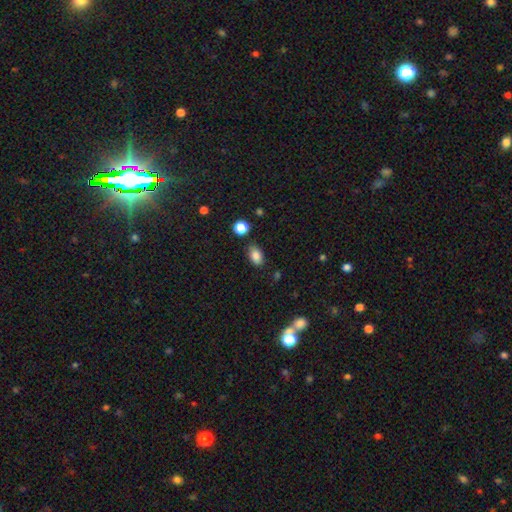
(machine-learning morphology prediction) Q: Smooth or featured?
A: smooth (85%); runner-up: star or artifact (10%)
Q: How rounded?
A: in between (86%); runner-up: round (12%)
Q: Merging?
A: none (80%); runner-up: minor disturbance (13%)